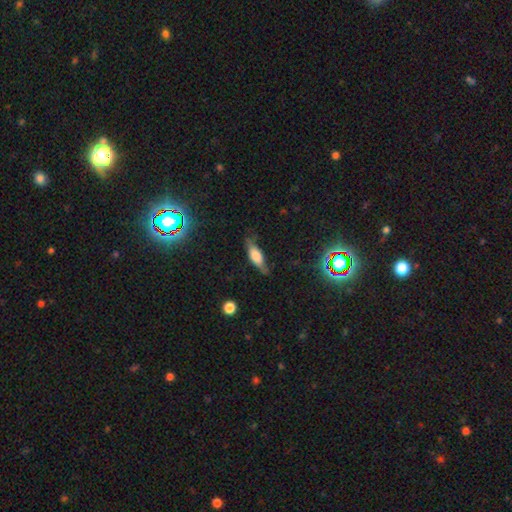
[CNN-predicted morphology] A smooth galaxy with no disk features (56%) that is in between round and cigar-shaped (58%). Merging: none (68%).